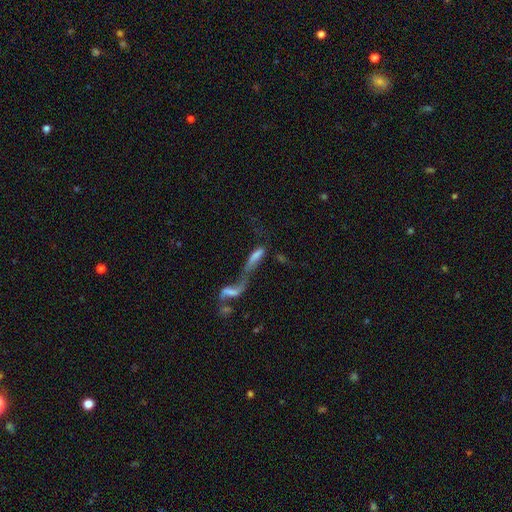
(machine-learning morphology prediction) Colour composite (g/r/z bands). It shows a smooth galaxy with no disk features (47%). Merging: merger (76%).